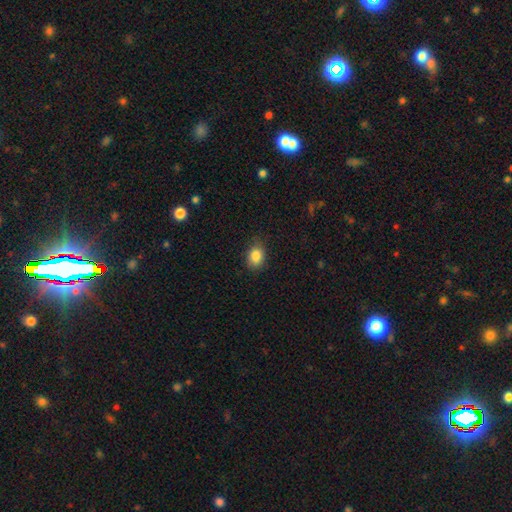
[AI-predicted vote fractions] Overall: smooth (86%). How rounded: in between (58%; round 40%). Merging: none (78%).